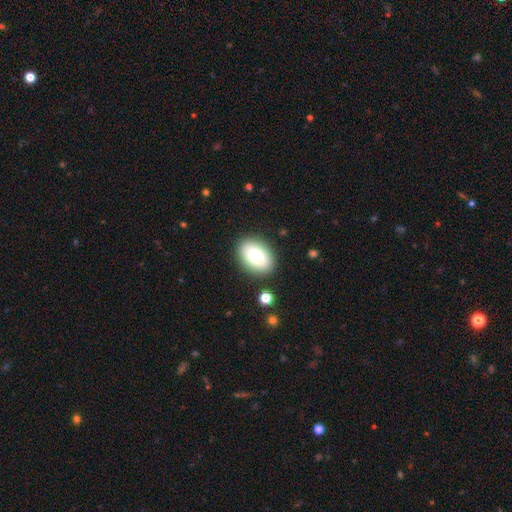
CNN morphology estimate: The model was most divided on "smooth or featured": smooth: 77%, featured or disk: 15%, star or artifact: 8%. More confident: merging — none (87%); how rounded — in between (81%).